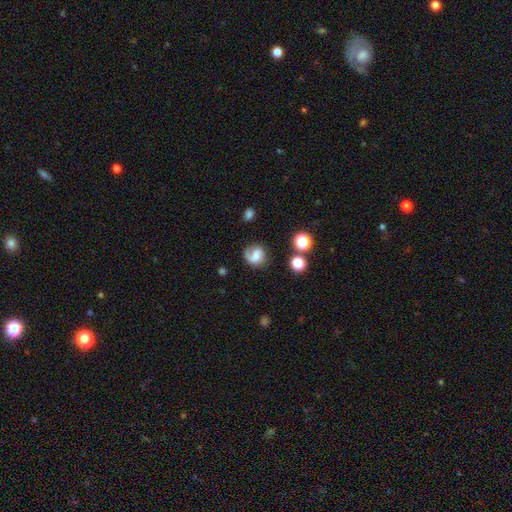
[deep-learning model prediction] Q: Smooth or featured?
A: featured or disk (47%); runner-up: smooth (42%)
Q: Merging?
A: none (59%); runner-up: minor disturbance (20%)